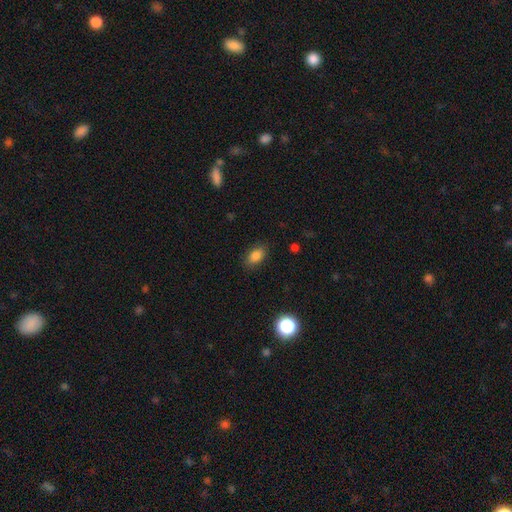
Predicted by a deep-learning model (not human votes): Smooth or featured? Predicted: smooth (p=0.83). How rounded? Predicted: in between (p=0.87). Merging? Predicted: none (p=0.86).